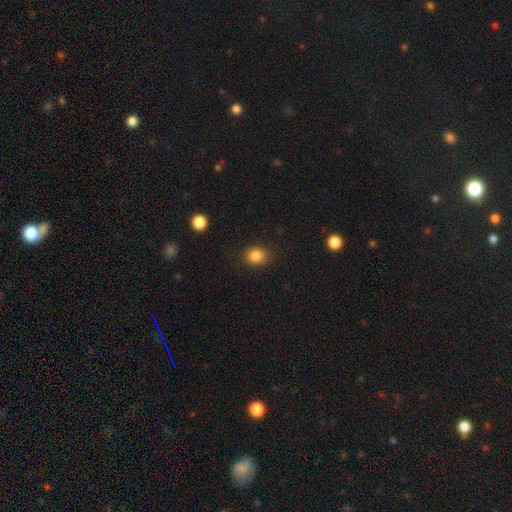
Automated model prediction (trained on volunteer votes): This appears to be a smooth galaxy with no disk features (85%) that is round (62%). Merging: none (86%).